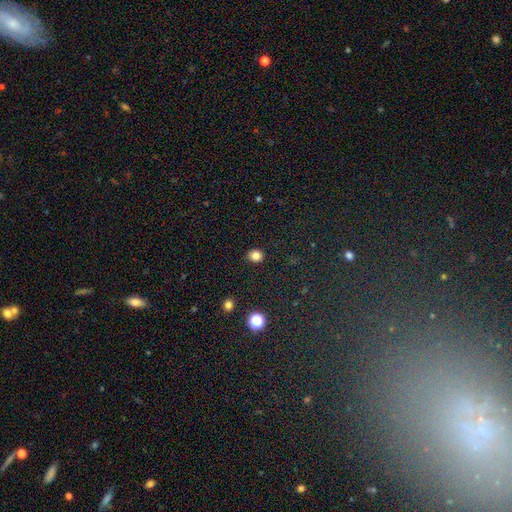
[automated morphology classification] smooth 82%, star or artifact 13%, featured or disk 5%. Down the decision tree: how rounded — round (76%); merging — none (90%).